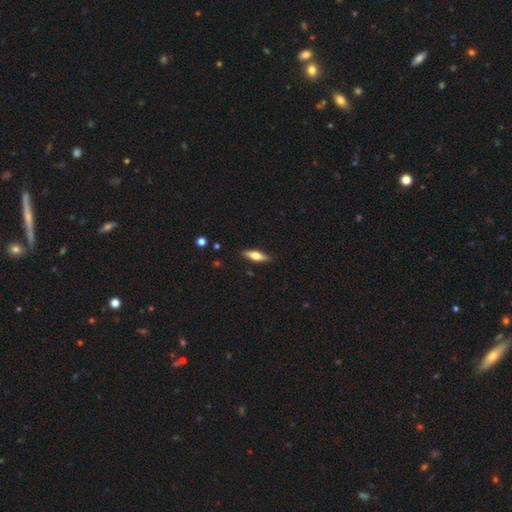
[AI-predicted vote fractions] smooth_or_featured: smooth (p=0.57) [alt: featured or disk p=0.37]
how_rounded: cigar-shaped (p=0.52) [alt: in between p=0.46]
merging: none (p=0.88) [alt: minor disturbance p=0.09]